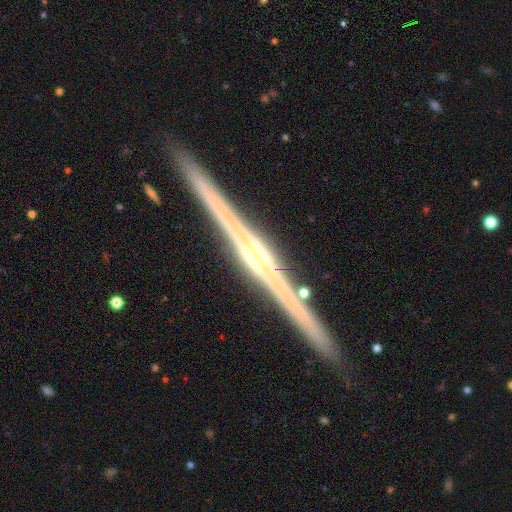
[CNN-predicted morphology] This is clearly a featured or disk galaxy (90%). It is clearly viewed edge-on (99%). Edge-on bulge: likely rounded (61%). Merging: clearly none (92%).